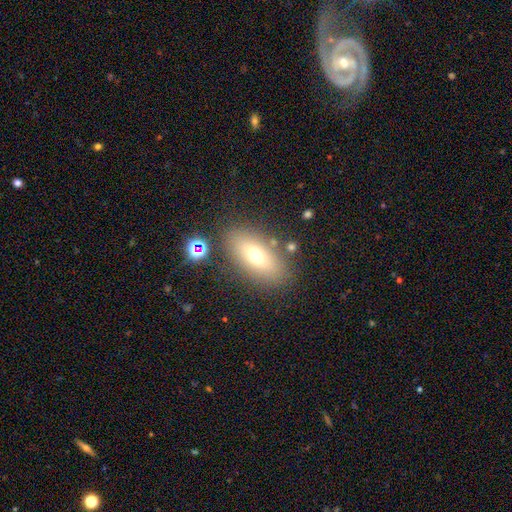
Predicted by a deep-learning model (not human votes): smooth-or-featured: smooth: 66% | featured or disk: 22% | star or artifact: 12%
  how-rounded: in between: 83% | cigar-shaped: 9% | round: 8%
  merging: none: 80% | minor disturbance: 11% | major disturbance: 4% | merger: 4%